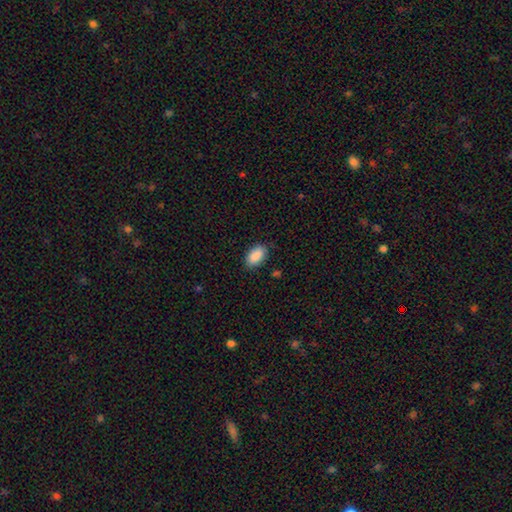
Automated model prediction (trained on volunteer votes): A smooth galaxy with no disk features (90%) that is in between round and cigar-shaped (94%). Merging: none (85%).